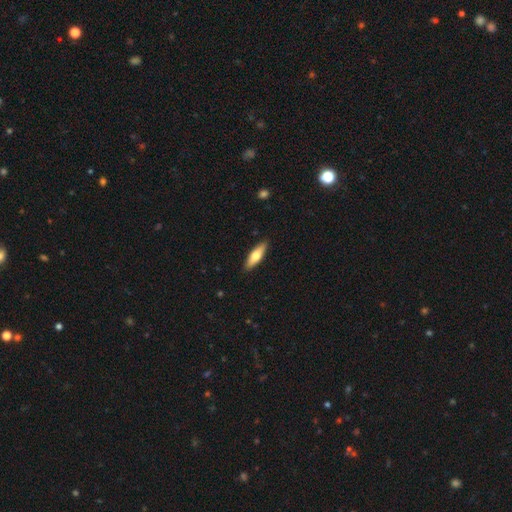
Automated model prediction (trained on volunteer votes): smooth-or-featured: smooth: 66% | featured or disk: 29% | star or artifact: 5%
  how-rounded: cigar-shaped: 54% | in between: 44% | round: 2%
  merging: none: 89% | minor disturbance: 8% | major disturbance: 2% | merger: 1%